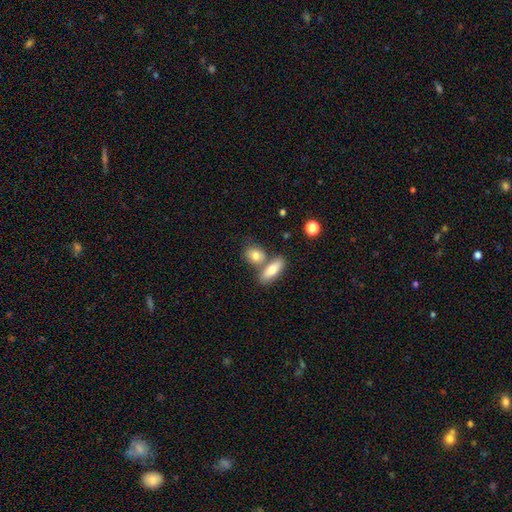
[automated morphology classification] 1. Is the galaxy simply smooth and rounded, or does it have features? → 78% smooth, 15% featured or disk, 7% star or artifact.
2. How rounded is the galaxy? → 63% in between, 30% round, 8% cigar-shaped.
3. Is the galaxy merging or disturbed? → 49% none, 38% merger, 10% minor disturbance, 3% major disturbance.